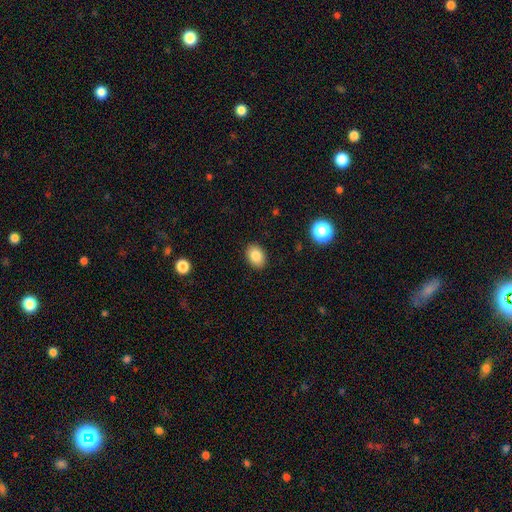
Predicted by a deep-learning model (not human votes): Smooth or featured?
  - smooth: 84% *
  - star or artifact: 9%
  - featured or disk: 7%
How rounded?
  - in between: 75% *
  - round: 24%
  - cigar-shaped: 1%
Merging?
  - none: 89% *
  - minor disturbance: 8%
  - major disturbance: 2%
  - merger: 1%